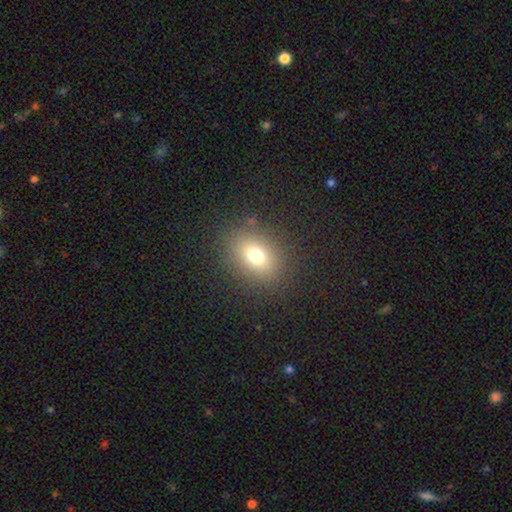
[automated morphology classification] This appears to be a smooth galaxy with no disk features (73%) that is in between round and cigar-shaped (55%). Merging: none (85%).